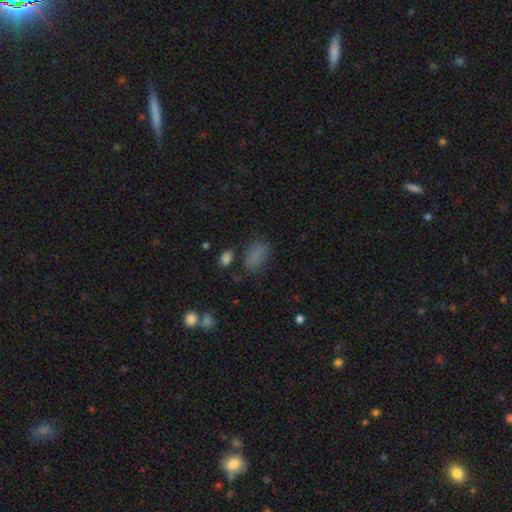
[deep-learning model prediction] Overall: smooth (78%). How rounded: in between (89%). Merging: none (68%).